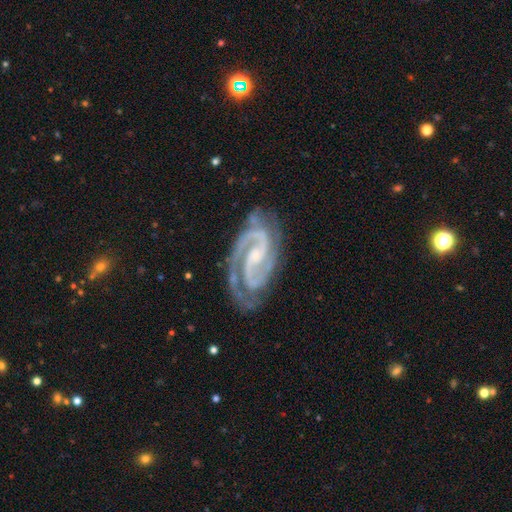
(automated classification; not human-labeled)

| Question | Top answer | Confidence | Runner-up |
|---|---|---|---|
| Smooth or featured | featured or disk | 94% | star or artifact (4%) |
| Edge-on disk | no | 98% | yes (2%) |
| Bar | weak | 45% | no (31%) |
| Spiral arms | yes | 99% | no (1%) |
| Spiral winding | medium | 49% | tight (45%) |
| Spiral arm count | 2 | 91% | 3 (3%) |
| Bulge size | small | 59% | moderate (29%) |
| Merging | none | 76% | minor disturbance (17%) |